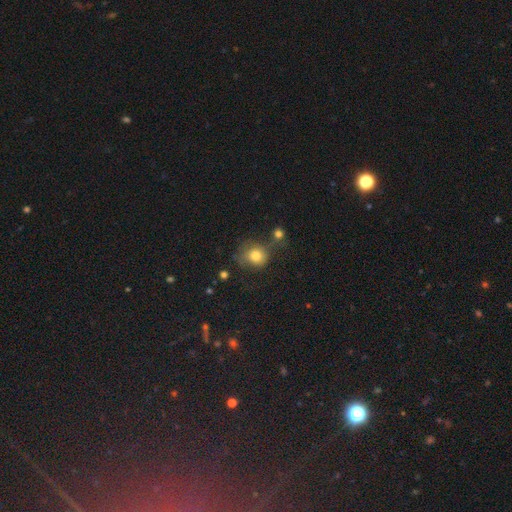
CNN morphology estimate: A smooth galaxy with no disk features (78%) that is round (76%). Merging: none (51%).